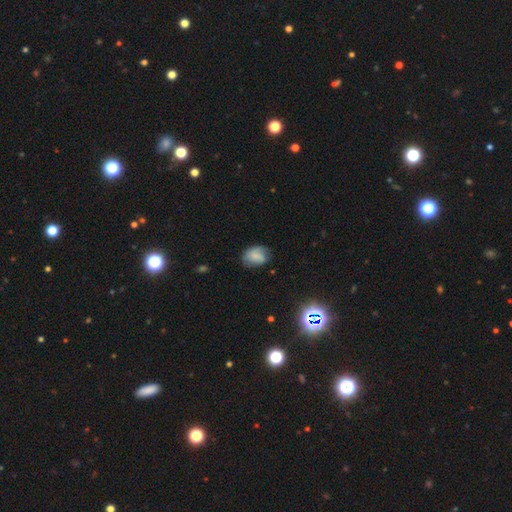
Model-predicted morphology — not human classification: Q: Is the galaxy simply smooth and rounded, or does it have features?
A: smooth — 63%.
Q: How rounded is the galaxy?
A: in between — 73%.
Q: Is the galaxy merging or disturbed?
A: none — 57%.